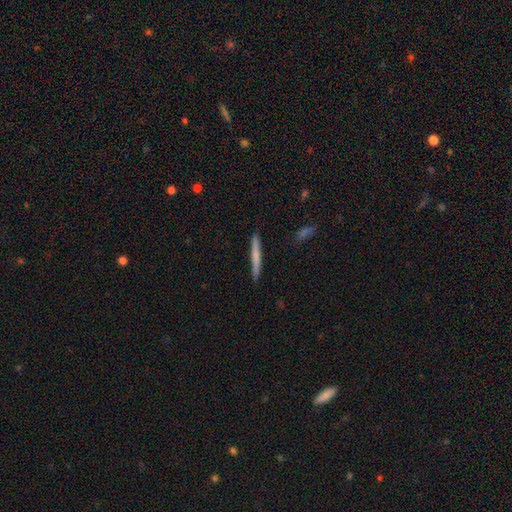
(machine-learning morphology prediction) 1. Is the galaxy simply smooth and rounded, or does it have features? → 64% smooth, 31% featured or disk, 6% star or artifact.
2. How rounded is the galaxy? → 97% cigar-shaped, 2% in between, 1% round.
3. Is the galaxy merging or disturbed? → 90% none, 7% minor disturbance, 1% major disturbance, 1% merger.